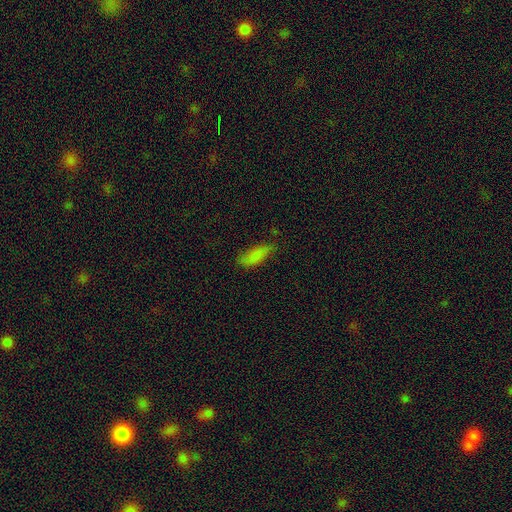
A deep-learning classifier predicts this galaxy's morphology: smooth-or-featured: smooth: 82% | featured or disk: 10% | star or artifact: 8%
  how-rounded: in between: 75% | cigar-shaped: 22% | round: 2%
  merging: none: 64% | minor disturbance: 27% | major disturbance: 7% | merger: 2%